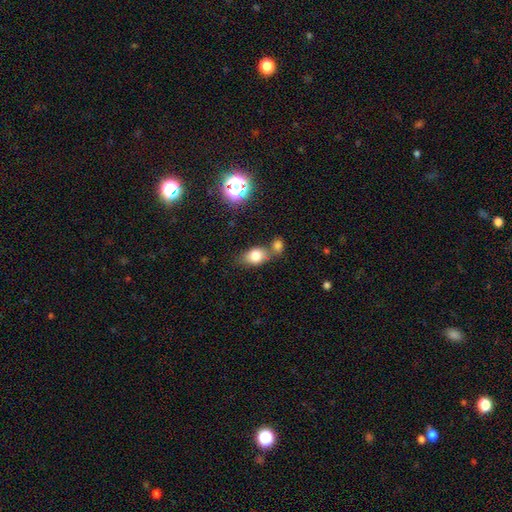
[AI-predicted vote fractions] This is likely a smooth galaxy (78%). How rounded: likely in between (74%). Merging: possibly none (48%).